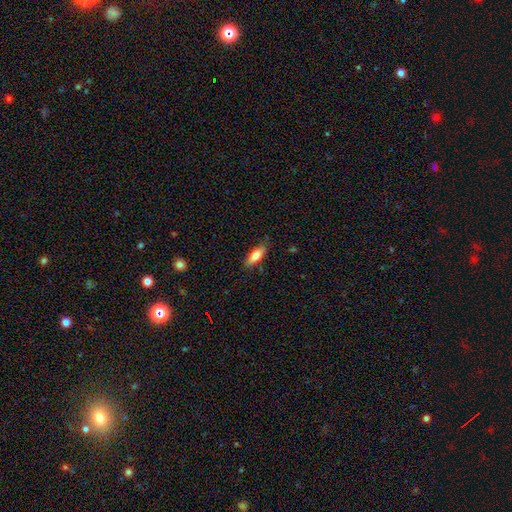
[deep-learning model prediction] Smooth or featured: smooth — 75% (featured or disk — 18%)
How rounded: in between — 63% (cigar-shaped — 35%)
Merging: none — 82% (minor disturbance — 14%)